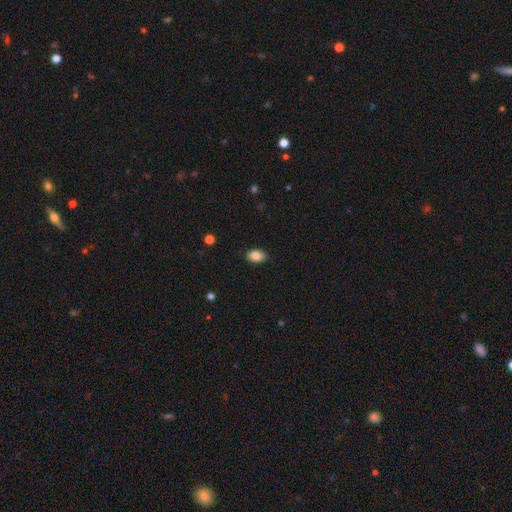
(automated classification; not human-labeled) Smooth or featured?
  - smooth: 86% *
  - star or artifact: 8%
  - featured or disk: 6%
How rounded?
  - in between: 84% *
  - round: 15%
  - cigar-shaped: 1%
Merging?
  - none: 87% *
  - minor disturbance: 10%
  - major disturbance: 2%
  - merger: 1%